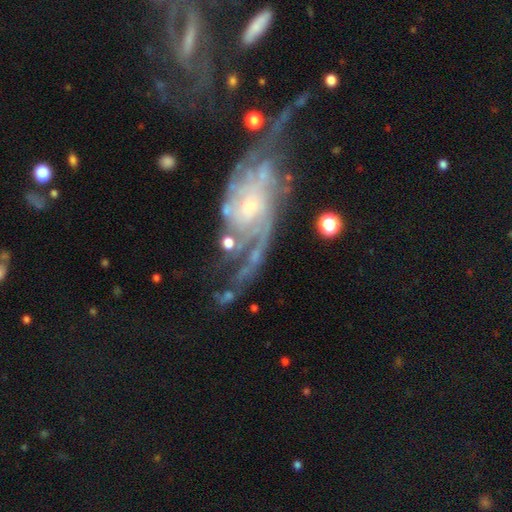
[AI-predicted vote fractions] Smooth or featured: featured or disk — 88% (star or artifact — 7%)
Edge-on disk: no — 94% (yes — 6%)
Bar: no — 57% (weak — 32%)
Spiral arms: yes — 95% (no — 5%)
Spiral winding: medium — 40% (loose — 36%)
Spiral arm count: 2 — 54% (can't tell — 18%)
Bulge size: small — 60% (moderate — 29%)
Merging: none — 47% (major disturbance — 26%)